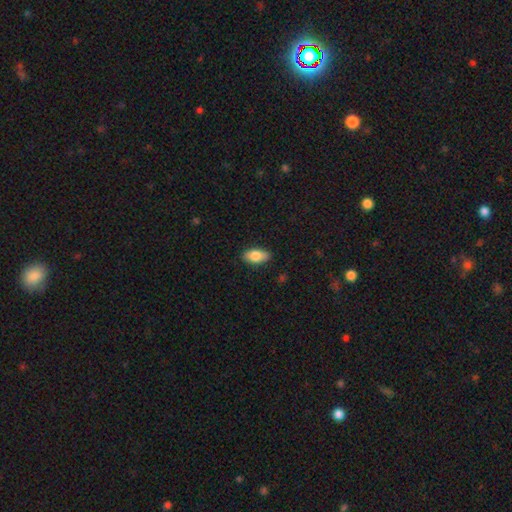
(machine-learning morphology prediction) Q: Smooth or featured?
A: smooth (81%); runner-up: featured or disk (13%)
Q: How rounded?
A: in between (90%); runner-up: cigar-shaped (7%)
Q: Merging?
A: none (88%); runner-up: minor disturbance (10%)